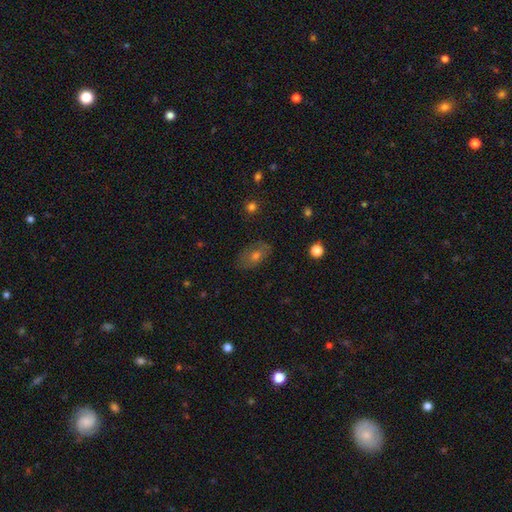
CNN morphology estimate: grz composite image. It shows a smooth galaxy with no disk features (58%) that is in between round and cigar-shaped (85%). Merging: none (78%).